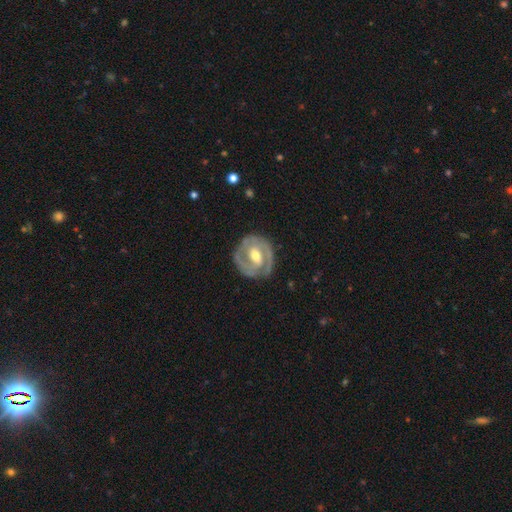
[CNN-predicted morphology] Q: Smooth or featured?
A: featured or disk (81%); runner-up: smooth (14%)
Q: Edge-on disk?
A: no (97%); runner-up: yes (3%)
Q: Bar?
A: weak (45%); runner-up: strong (30%)
Q: Spiral arms?
A: yes (86%); runner-up: no (14%)
Q: Spiral winding?
A: tight (56%); runner-up: medium (35%)
Q: Spiral arm count?
A: 2 (72%); runner-up: can't tell (12%)
Q: Bulge size?
A: moderate (74%); runner-up: small (17%)
Q: Merging?
A: none (78%); runner-up: minor disturbance (15%)